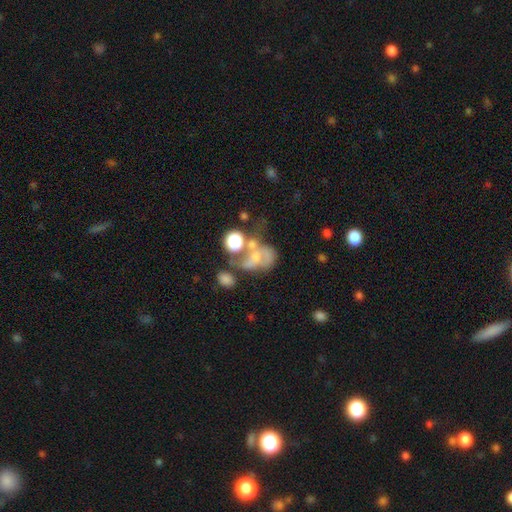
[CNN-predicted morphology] The model was most divided on "merging": merger: 36%, major disturbance: 27%, none: 22%, minor disturbance: 15%. Remaining: smooth or featured — featured or disk (47%).